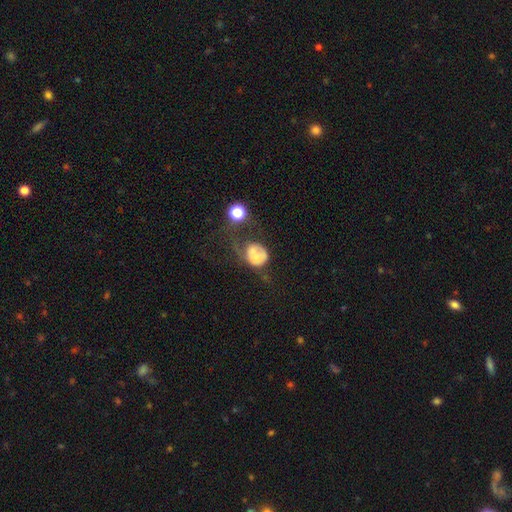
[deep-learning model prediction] Q: Smooth or featured?
A: smooth (57%); runner-up: featured or disk (32%)
Q: How rounded?
A: round (61%); runner-up: in between (38%)
Q: Merging?
A: major disturbance (37%); runner-up: merger (24%)